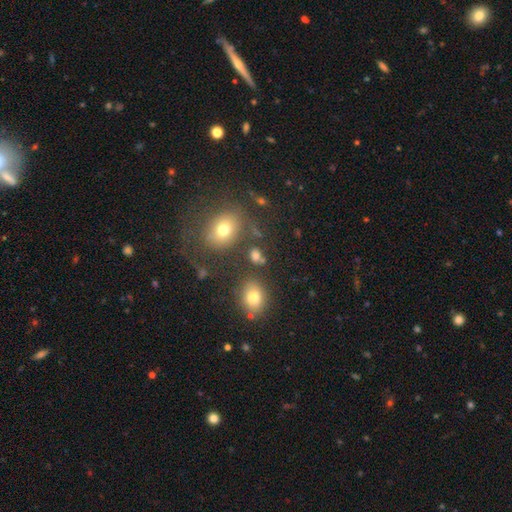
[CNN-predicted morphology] Smooth or featured? smooth (74%)
How rounded? in between (56%)
Merging? none (67%)